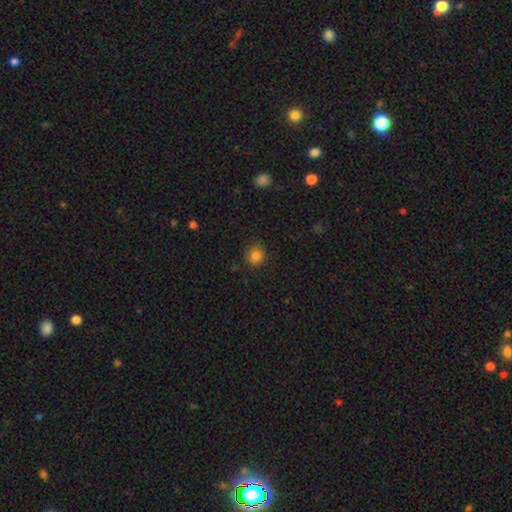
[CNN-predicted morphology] Overall: smooth (83%). How rounded: round (87%). Merging: none (82%).